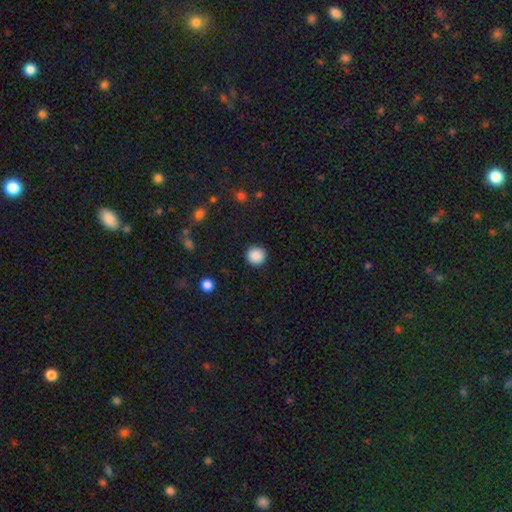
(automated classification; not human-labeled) Morphology: type=smooth (88%); roundness=round (95%); merging=none (92%).